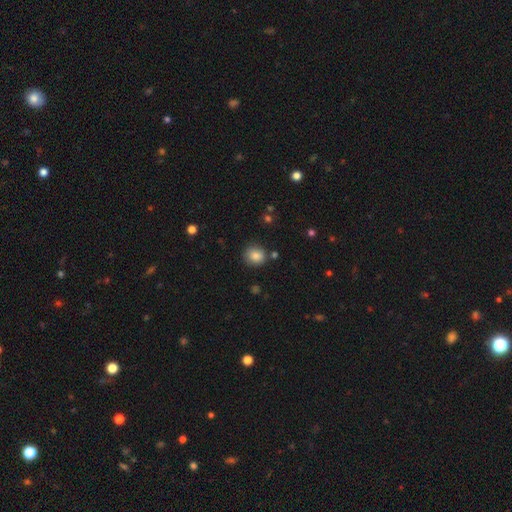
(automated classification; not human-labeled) smooth 83%, star or artifact 11%, featured or disk 7%. Down the decision tree: how rounded — round (83%); merging — none (84%).